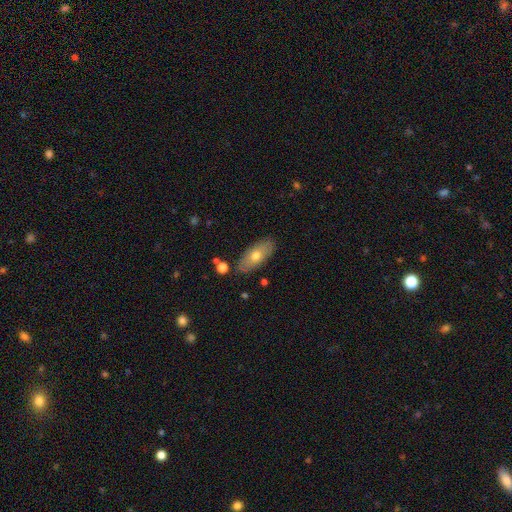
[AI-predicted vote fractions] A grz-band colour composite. It shows a smooth galaxy with no disk features (64%) that is in between round and cigar-shaped (86%). Merging: none (84%).